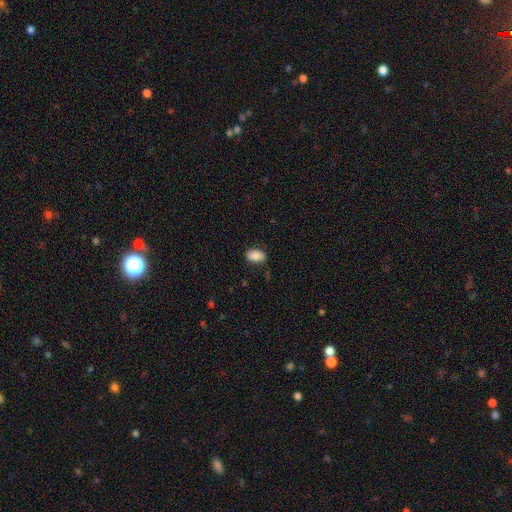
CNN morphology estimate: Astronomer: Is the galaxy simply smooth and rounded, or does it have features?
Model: smooth — 86%.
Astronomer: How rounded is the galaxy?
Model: in between — 90%.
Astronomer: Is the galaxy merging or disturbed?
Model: none — 79%.